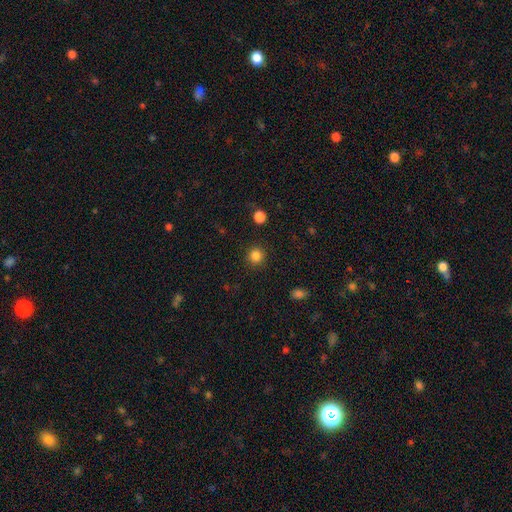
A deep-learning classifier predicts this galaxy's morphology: Q: Smooth or featured?
A: smooth (84%); runner-up: star or artifact (12%)
Q: How rounded?
A: round (92%); runner-up: in between (7%)
Q: Merging?
A: none (91%); runner-up: minor disturbance (5%)